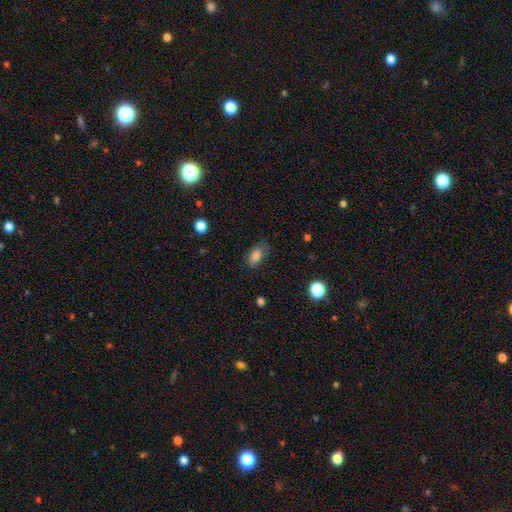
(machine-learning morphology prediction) This is clearly a smooth galaxy (82%). How rounded: clearly in between (88%). Merging: likely none (68%).